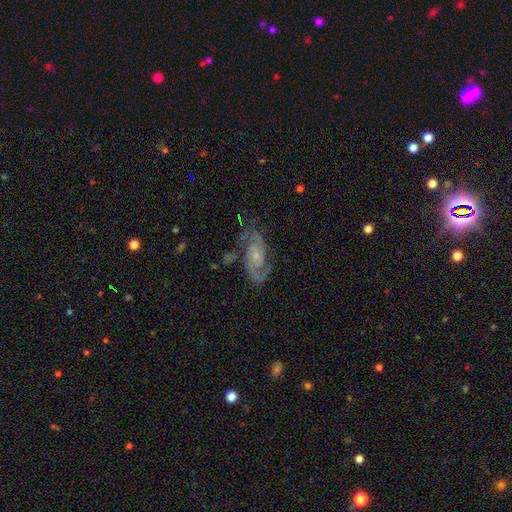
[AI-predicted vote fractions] Overall: featured or disk (89%). Edge-on disk: no (97%). Bar: no (59%; weak 33%). Spiral arms: yes (98%). Spiral arm count: 2 (89%). Spiral winding: medium (53%; tight 33%). Bulge size: small (64%; moderate 25%). Merging: none (74%).